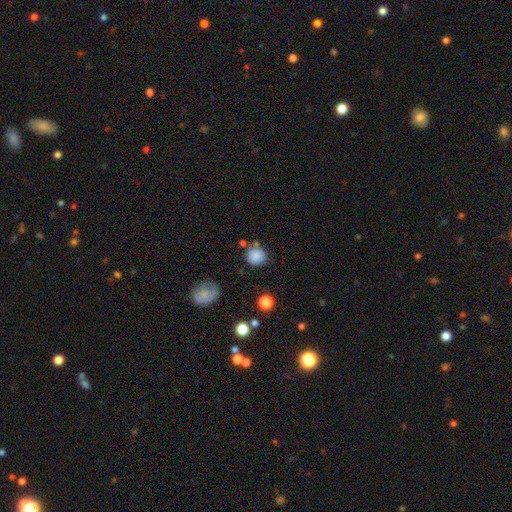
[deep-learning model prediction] Q: Smooth or featured?
A: smooth (86%); runner-up: star or artifact (10%)
Q: How rounded?
A: round (88%); runner-up: in between (11%)
Q: Merging?
A: none (75%); runner-up: minor disturbance (14%)